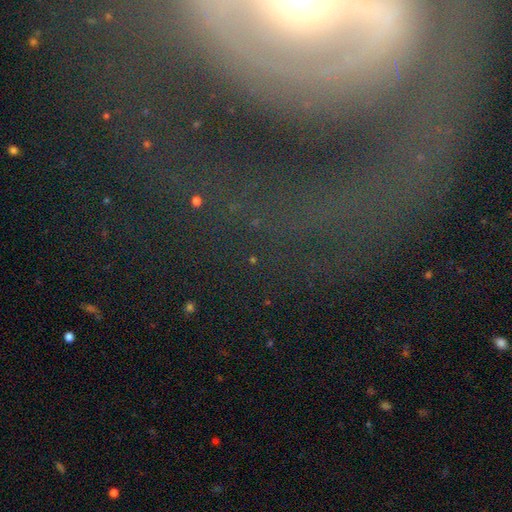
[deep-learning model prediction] smooth_or_featured: featured or disk (p=0.67) [alt: star or artifact p=0.18]
disk_edge_on: no (p=0.89) [alt: yes p=0.11]
bar: no (p=0.38) [alt: strong p=0.34]
has_spiral_arms: yes (p=0.70) [alt: no p=0.30]
bulge_size: moderate (p=0.54) [alt: small p=0.25]
merging: none (p=0.63) [alt: major disturbance p=0.19]